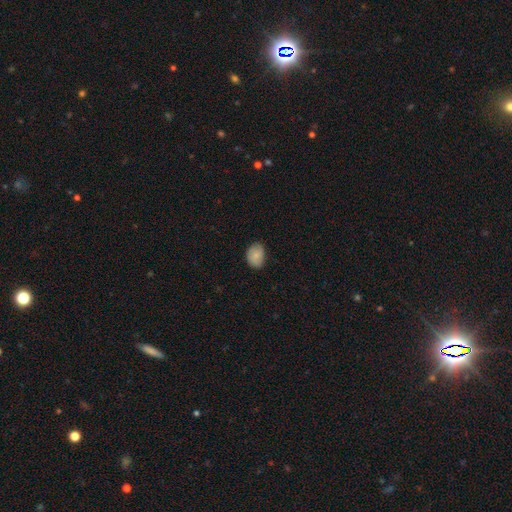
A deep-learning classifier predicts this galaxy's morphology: smooth-or-featured: smooth: 81% | featured or disk: 12% | star or artifact: 7%
  how-rounded: in between: 67% | round: 32% | cigar-shaped: 1%
  merging: none: 71% | minor disturbance: 24% | major disturbance: 4% | merger: 1%